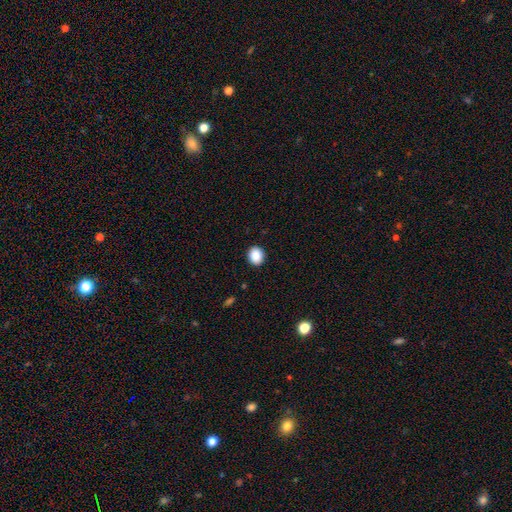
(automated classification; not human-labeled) Q: Smooth or featured?
A: smooth (89%); runner-up: star or artifact (8%)
Q: How rounded?
A: round (62%); runner-up: in between (37%)
Q: Merging?
A: none (91%); runner-up: minor disturbance (6%)